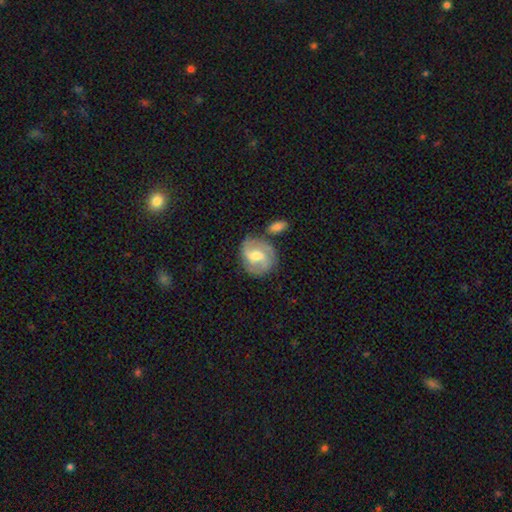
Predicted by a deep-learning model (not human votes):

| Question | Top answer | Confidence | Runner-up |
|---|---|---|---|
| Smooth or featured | featured or disk | 71% | smooth (23%) |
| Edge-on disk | no | 97% | yes (3%) |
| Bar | weak | 56% | strong (22%) |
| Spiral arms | yes | 90% | no (10%) |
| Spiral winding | medium | 48% | tight (31%) |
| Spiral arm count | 2 | 64% | 3 (14%) |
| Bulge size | moderate | 62% | small (26%) |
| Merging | none | 66% | minor disturbance (17%) |